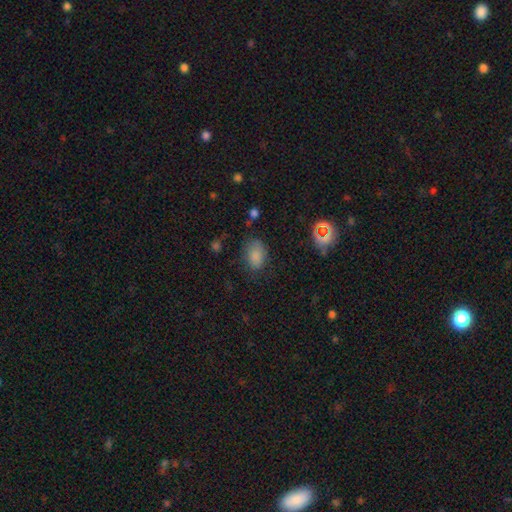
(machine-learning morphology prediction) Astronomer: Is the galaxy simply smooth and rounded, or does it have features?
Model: smooth — 82%.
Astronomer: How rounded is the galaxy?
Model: in between — 82%.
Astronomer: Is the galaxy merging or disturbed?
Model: none — 68%.